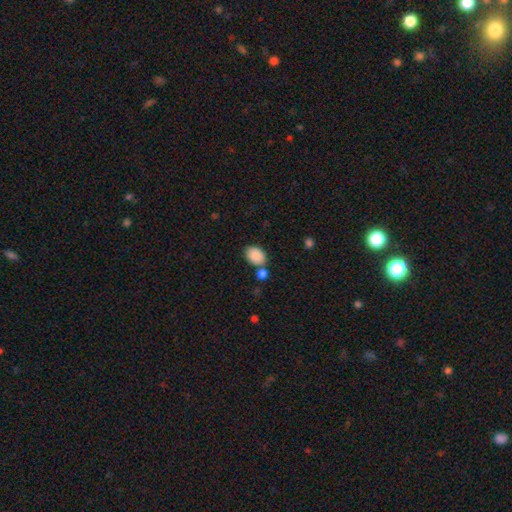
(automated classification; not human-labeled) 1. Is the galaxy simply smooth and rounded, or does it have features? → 89% smooth, 7% star or artifact, 4% featured or disk.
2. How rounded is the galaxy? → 77% in between, 22% round, 1% cigar-shaped.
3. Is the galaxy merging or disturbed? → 67% none, 16% merger, 13% minor disturbance, 4% major disturbance.